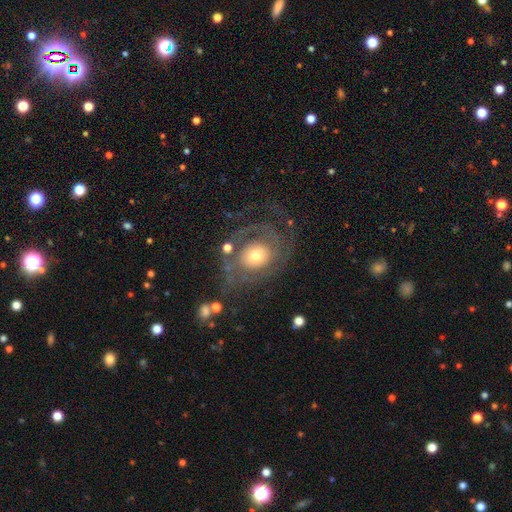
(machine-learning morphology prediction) A featured or disk galaxy (68%) with no bar (83%), spiral arms (75%) and a moderate central bulge (60%). Merging: none (58%).